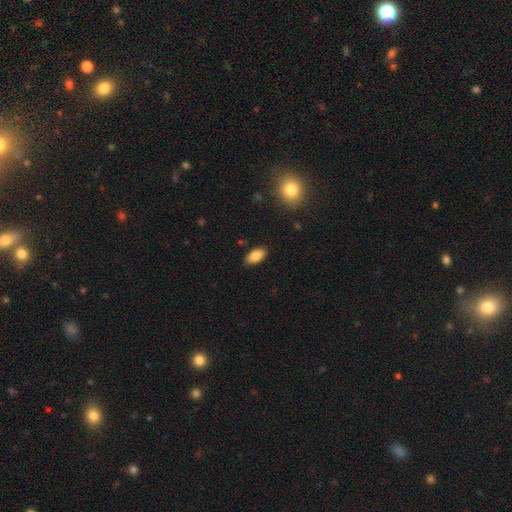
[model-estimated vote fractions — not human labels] Q: Smooth or featured?
A: smooth (86%); runner-up: star or artifact (7%)
Q: How rounded?
A: in between (93%); runner-up: cigar-shaped (5%)
Q: Merging?
A: none (87%); runner-up: minor disturbance (9%)